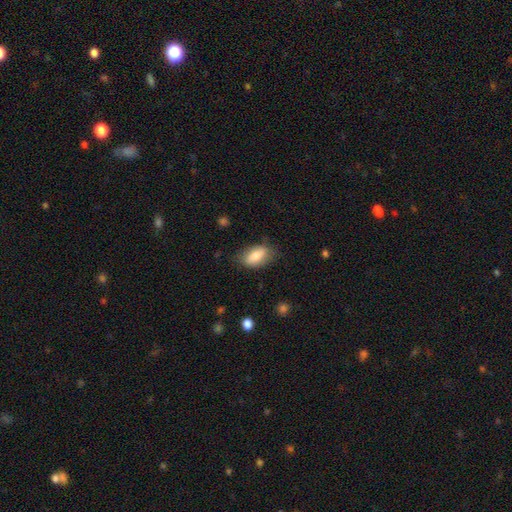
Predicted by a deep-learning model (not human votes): Smooth or featured? Predicted: smooth (p=0.79). How rounded? Predicted: in between (p=0.90). Merging? Predicted: none (p=0.74).